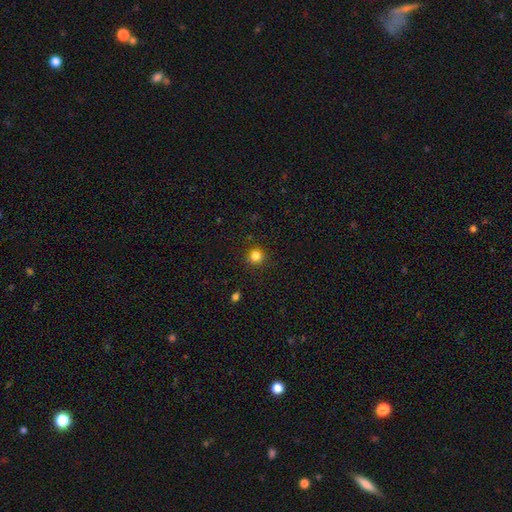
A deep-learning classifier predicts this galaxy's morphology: smooth_or_featured: smooth (p=0.83) [alt: star or artifact p=0.13]
how_rounded: round (p=0.91) [alt: in between p=0.08]
merging: none (p=0.89) [alt: minor disturbance p=0.07]